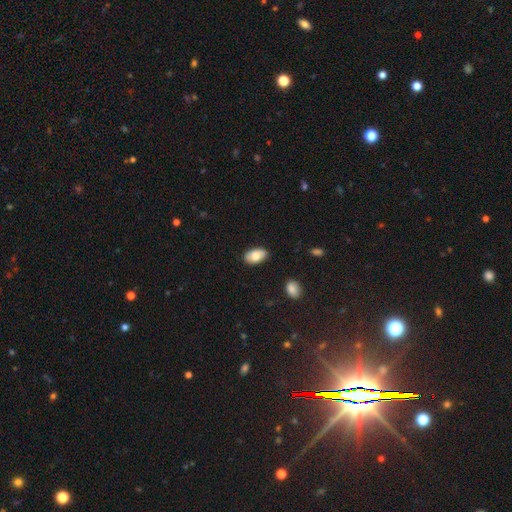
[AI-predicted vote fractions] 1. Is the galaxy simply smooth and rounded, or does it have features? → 78% smooth, 15% featured or disk, 7% star or artifact.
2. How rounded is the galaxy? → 94% in between, 4% round, 2% cigar-shaped.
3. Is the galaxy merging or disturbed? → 83% none, 13% minor disturbance, 2% major disturbance, 1% merger.